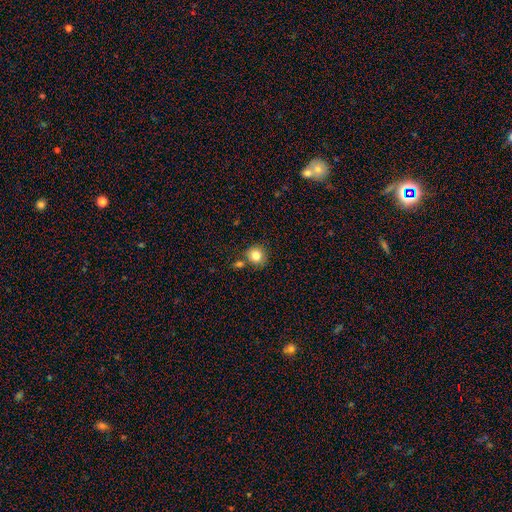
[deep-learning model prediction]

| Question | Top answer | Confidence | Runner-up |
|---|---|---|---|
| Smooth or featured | smooth | 83% | star or artifact (10%) |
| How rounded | round | 88% | in between (11%) |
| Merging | none | 71% | merger (15%) |